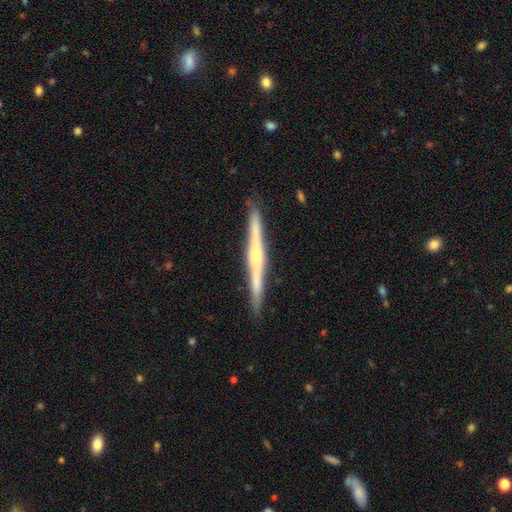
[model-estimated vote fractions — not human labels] Q: Smooth or featured?
A: featured or disk (74%); runner-up: smooth (20%)
Q: Edge-on disk?
A: yes (98%); runner-up: no (2%)
Q: Edge-on bulge?
A: rounded (60%); runner-up: none (26%)
Q: Merging?
A: none (91%); runner-up: minor disturbance (7%)